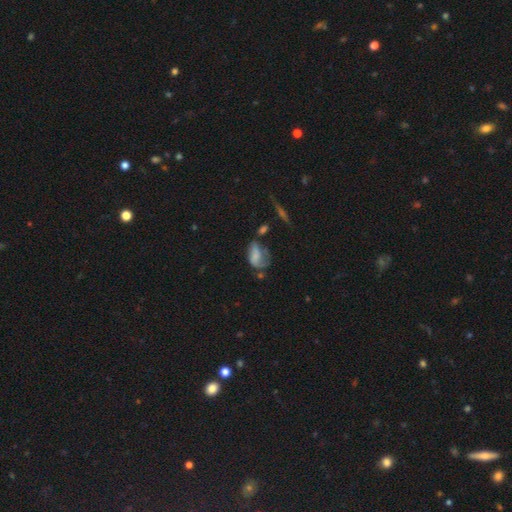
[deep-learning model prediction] smooth_or_featured: smooth (p=0.58) [alt: featured or disk p=0.31]
how_rounded: in between (p=0.84) [alt: round p=0.12]
merging: major disturbance (p=0.35) [alt: minor disturbance p=0.29]